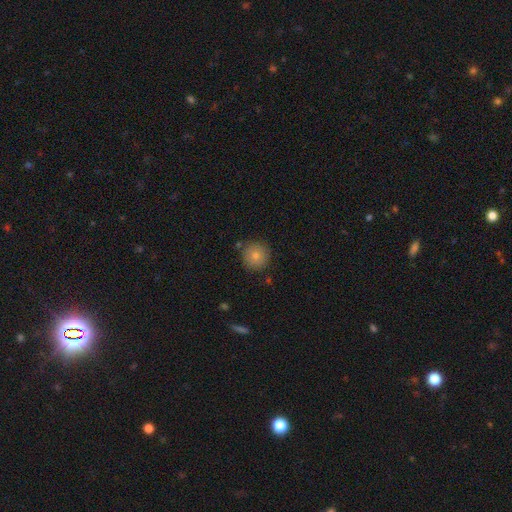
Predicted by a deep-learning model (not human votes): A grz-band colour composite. It shows a smooth galaxy with no disk features (82%) that is round (94%). Merging: none (84%).